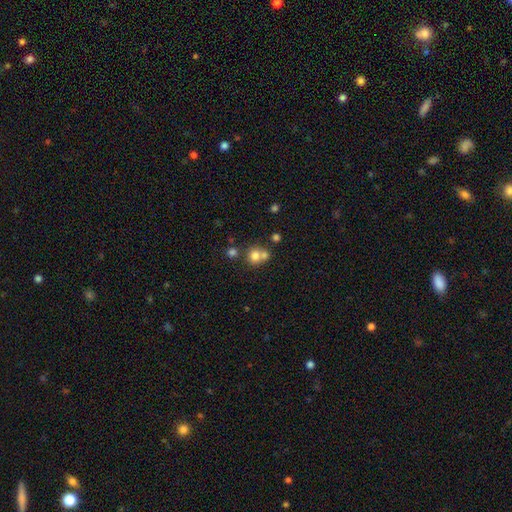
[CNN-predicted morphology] The model was most divided on "merging" (2-way tie): merger: 45%, none: 45%, minor disturbance: 7%, major disturbance: 3%. More confident: how rounded — round (85%); smooth or featured — smooth (73%).